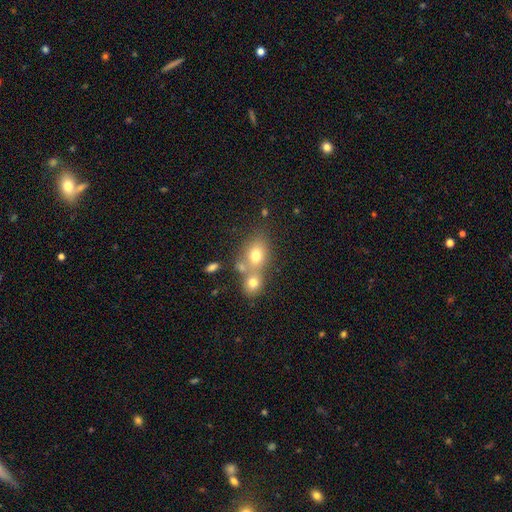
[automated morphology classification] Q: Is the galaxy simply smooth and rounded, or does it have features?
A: smooth — 72%.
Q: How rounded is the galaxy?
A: in between — 58%.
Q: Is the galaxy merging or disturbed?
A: merger — 47%.